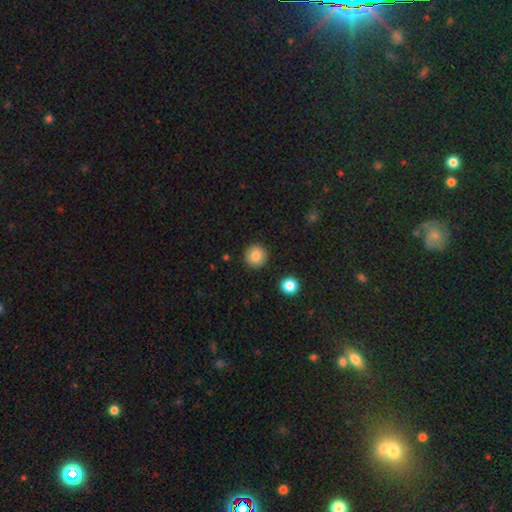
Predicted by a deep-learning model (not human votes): smooth_or_featured: smooth (p=0.84) [alt: star or artifact p=0.10]
how_rounded: round (p=0.94) [alt: in between p=0.05]
merging: none (p=0.92) [alt: minor disturbance p=0.05]